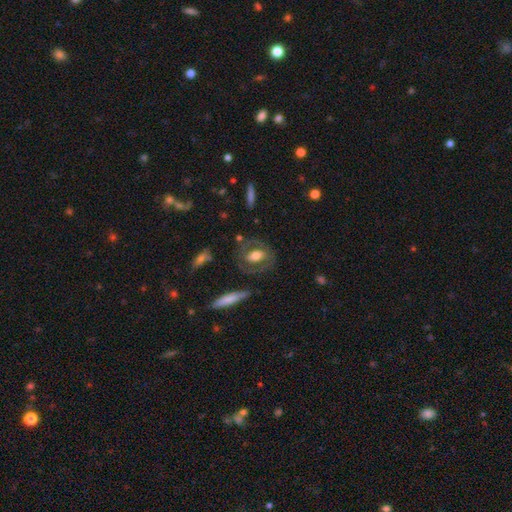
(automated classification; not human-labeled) Morphology: type=featured or disk (52%); edge-on=no (89%); merging=none (71%).